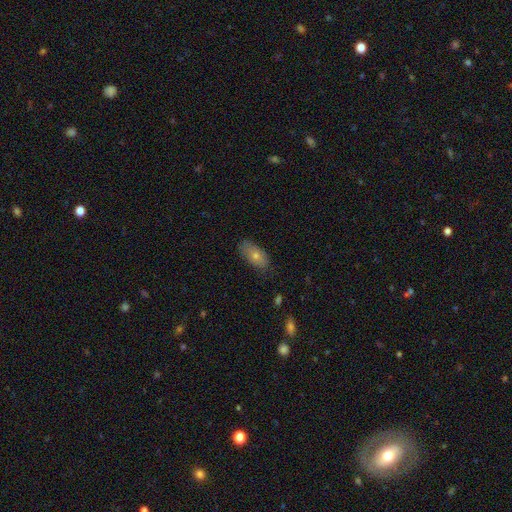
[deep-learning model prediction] smooth_or_featured: smooth (p=0.66) [alt: featured or disk p=0.25]
how_rounded: in between (p=0.87) [alt: cigar-shaped p=0.09]
merging: none (p=0.77) [alt: minor disturbance p=0.18]